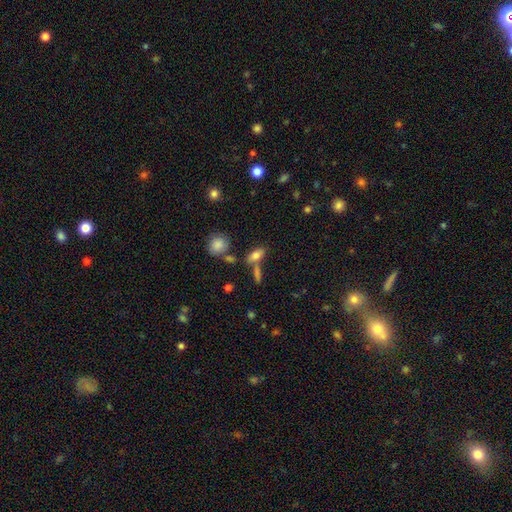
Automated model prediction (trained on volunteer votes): smooth_or_featured: smooth (p=0.71) [alt: featured or disk p=0.18]
how_rounded: in between (p=0.72) [alt: cigar-shaped p=0.23]
merging: none (p=0.58) [alt: merger p=0.25]